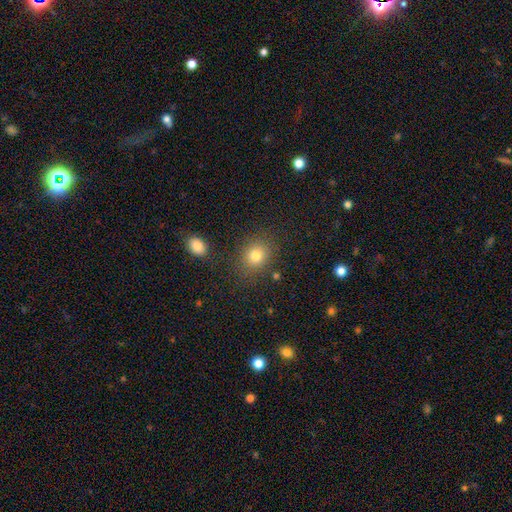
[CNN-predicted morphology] type=smooth (80%); roundness=round (68%); merging=none (83%).